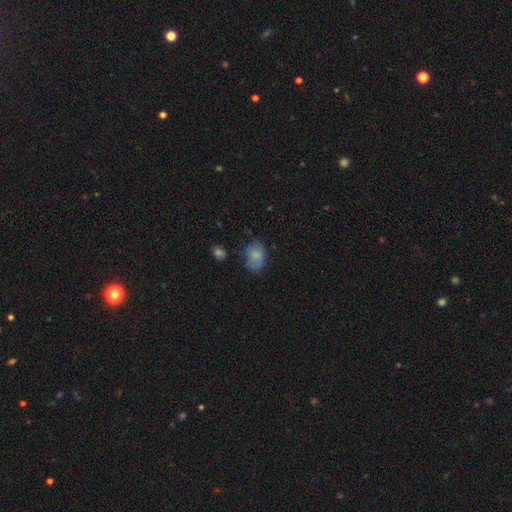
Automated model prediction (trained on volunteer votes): smooth-or-featured: smooth: 74% | featured or disk: 16% | star or artifact: 10%
  how-rounded: in between: 74% | round: 24% | cigar-shaped: 1%
  merging: none: 54% | minor disturbance: 28% | major disturbance: 13% | merger: 6%